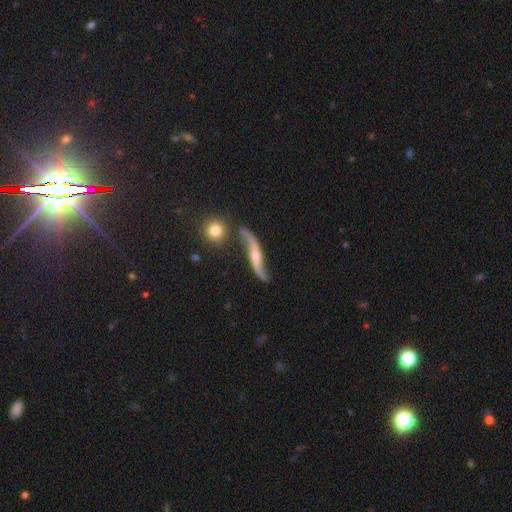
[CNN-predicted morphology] Smooth or featured?
  - featured or disk: 86% *
  - smooth: 9%
  - star or artifact: 5%
Edge-on disk?
  - no: 71% *
  - yes: 29%
Bar?
  - no: 52% *
  - weak: 26%
  - strong: 22%
Spiral arms?
  - yes: 94% *
  - no: 6%
Spiral winding?
  - loose: 90% *
  - medium: 7%
  - tight: 4%
Spiral arm count?
  - 2: 93% *
  - 1: 2%
  - can't tell: 2%
  - 3: 1%
  - 4: 1%
  - more than 4: 1%
Bulge size?
  - small: 52% *
  - moderate: 42%
  - none: 3%
  - large: 2%
  - dominant: 1%
Merging?
  - none: 66% *
  - minor disturbance: 19%
  - major disturbance: 8%
  - merger: 6%